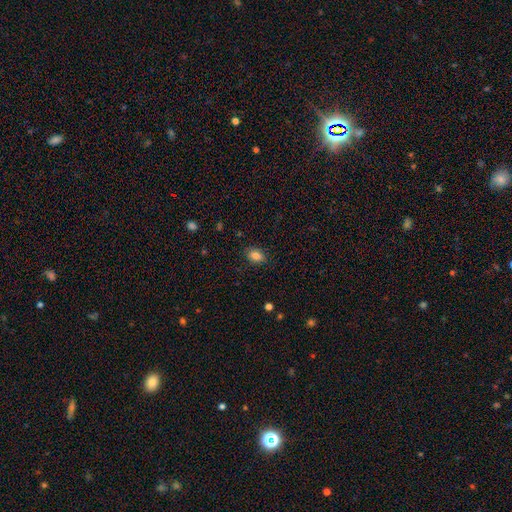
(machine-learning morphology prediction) This is clearly a smooth galaxy (83%). How rounded: likely in between (78%). Merging: clearly none (84%).